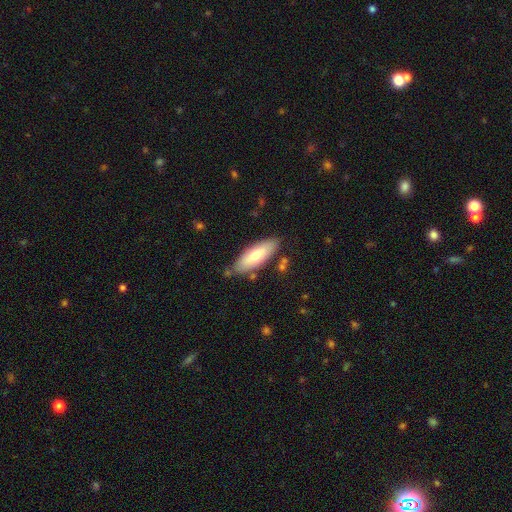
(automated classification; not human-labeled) A smooth galaxy with no disk features (67%) that is in between round and cigar-shaped (63%).

Vote fractions:
- Smooth or featured? smooth: 67% / featured or disk: 27% / star or artifact: 6%
- How rounded? in between: 63% / cigar-shaped: 35% / round: 2%
- Merging? none: 79% / minor disturbance: 14% / merger: 4% / major disturbance: 3%